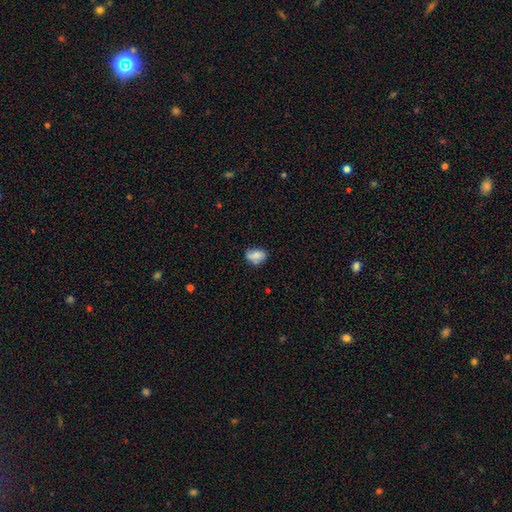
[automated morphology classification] Smooth or featured? Predicted: smooth (p=0.76). How rounded? Predicted: in between (p=0.80). Merging? Predicted: none (p=0.59).